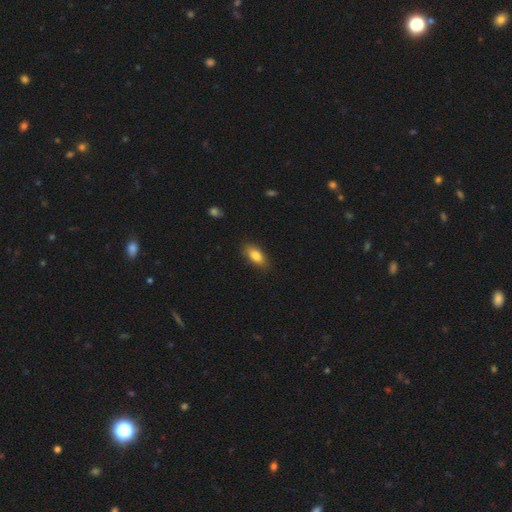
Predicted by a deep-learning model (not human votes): Morphology: type=smooth (83%); roundness=in between (86%); merging=none (84%).